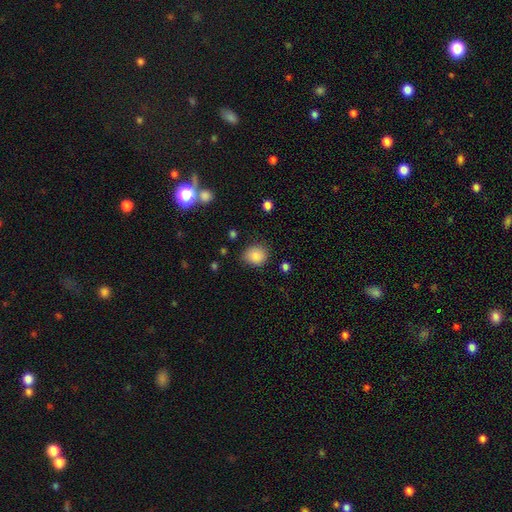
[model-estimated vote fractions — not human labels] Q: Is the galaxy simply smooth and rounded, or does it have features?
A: smooth — 86%.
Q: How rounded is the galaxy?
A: round — 72%.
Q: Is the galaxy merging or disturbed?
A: none — 77%.